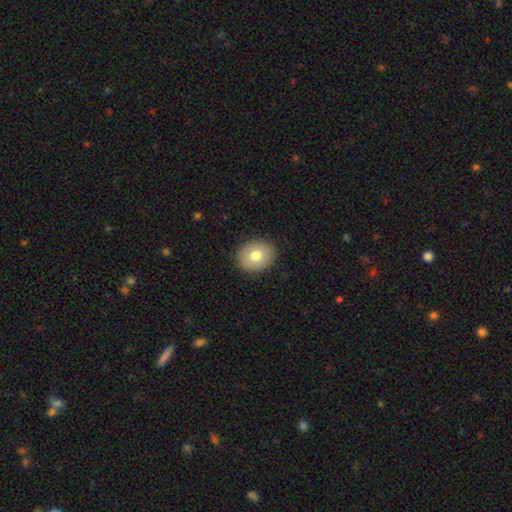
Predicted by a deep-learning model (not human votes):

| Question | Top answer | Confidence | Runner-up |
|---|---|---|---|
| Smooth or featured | smooth | 75% | featured or disk (16%) |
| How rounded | round | 56% | in between (43%) |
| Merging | none | 89% | minor disturbance (8%) |